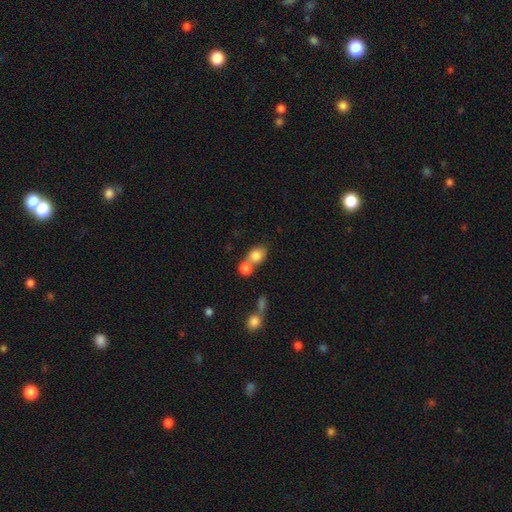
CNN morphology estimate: smooth-or-featured: smooth: 81% | featured or disk: 10% | star or artifact: 9%
  how-rounded: in between: 50% | round: 48% | cigar-shaped: 2%
  merging: merger: 45% | none: 39% | minor disturbance: 11% | major disturbance: 5%